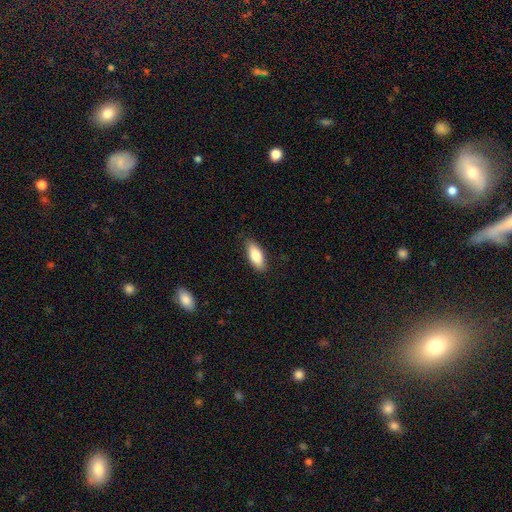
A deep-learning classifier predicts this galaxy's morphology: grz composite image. It shows a smooth galaxy with no disk features (83%) that is in between round and cigar-shaped (81%). Merging: none (85%).